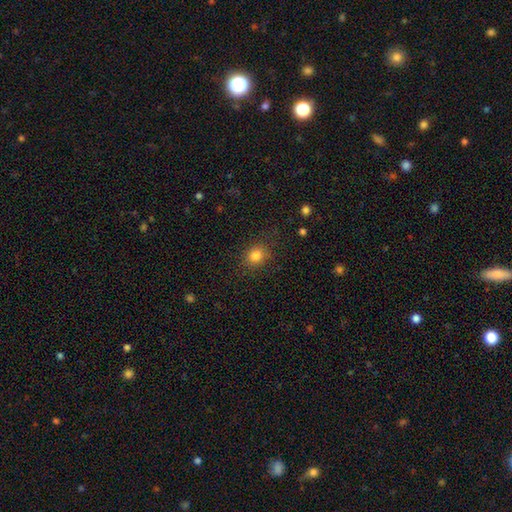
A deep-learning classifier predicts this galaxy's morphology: A smooth galaxy with no disk features (82%) that is round (66%). Merging: none (84%).